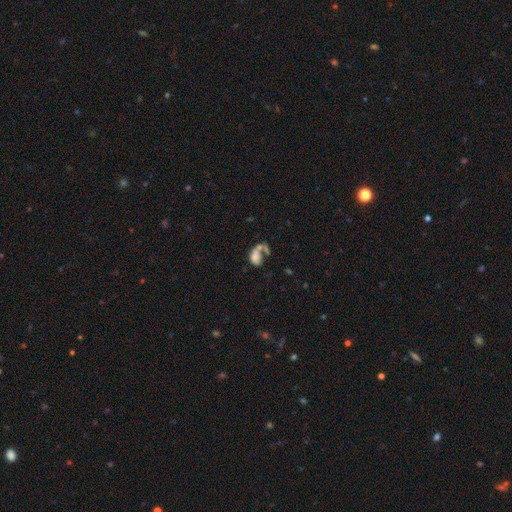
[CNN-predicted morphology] smooth-or-featured: smooth: 56% | featured or disk: 30% | star or artifact: 13%
  how-rounded: in between: 82% | round: 16% | cigar-shaped: 2%
  merging: merger: 51% | major disturbance: 20% | none: 19% | minor disturbance: 11%